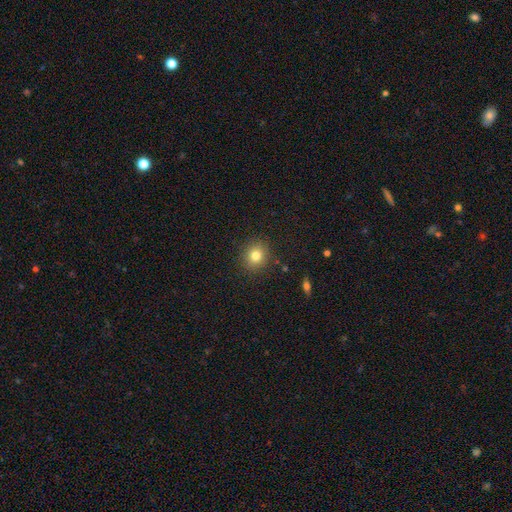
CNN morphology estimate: A smooth galaxy with no disk features (80%) that is round (83%). Merging: none (89%).